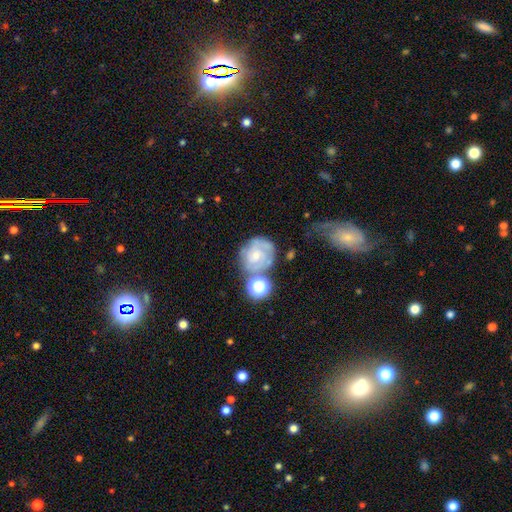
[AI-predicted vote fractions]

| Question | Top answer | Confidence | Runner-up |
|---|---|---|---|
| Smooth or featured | featured or disk | 59% | smooth (31%) |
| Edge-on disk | no | 97% | yes (3%) |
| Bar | no | 76% | weak (20%) |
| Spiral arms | yes | 70% | no (30%) |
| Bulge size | small | 57% | moderate (34%) |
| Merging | none | 47% | minor disturbance (21%) |